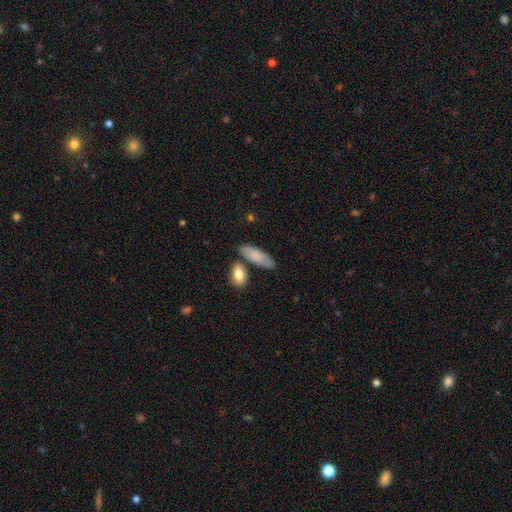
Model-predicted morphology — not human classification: The model was most divided on "how rounded": in between: 70%, cigar-shaped: 27%, round: 3%. More confident: smooth or featured — smooth (82%); merging — none (67%).